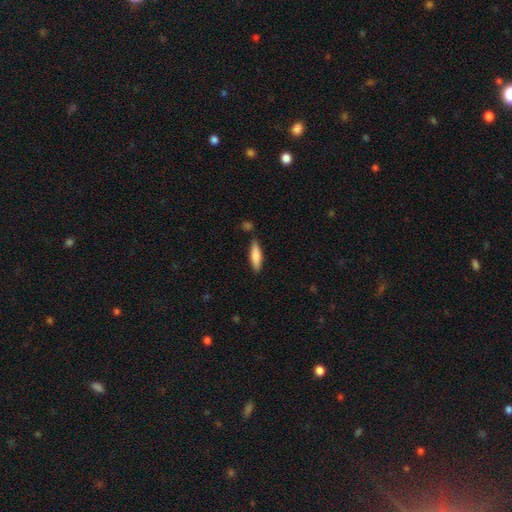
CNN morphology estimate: smooth-or-featured: smooth: 77% | featured or disk: 17% | star or artifact: 6%
  how-rounded: cigar-shaped: 65% | in between: 33% | round: 2%
  merging: none: 80% | minor disturbance: 13% | merger: 4% | major disturbance: 3%